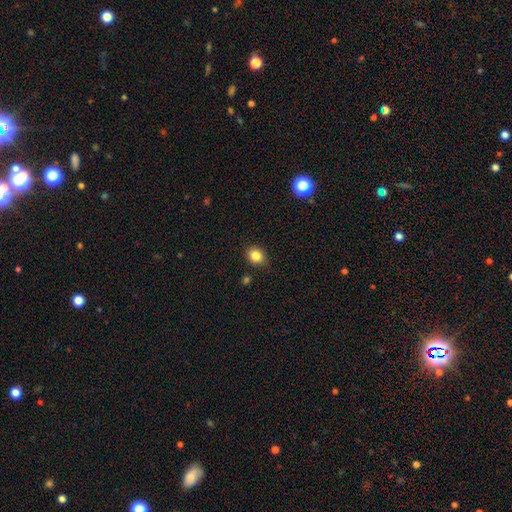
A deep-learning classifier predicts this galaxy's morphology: Smooth or featured? Predicted: smooth (p=0.84). How rounded? Predicted: round (p=0.67). Merging? Predicted: none (p=0.81).